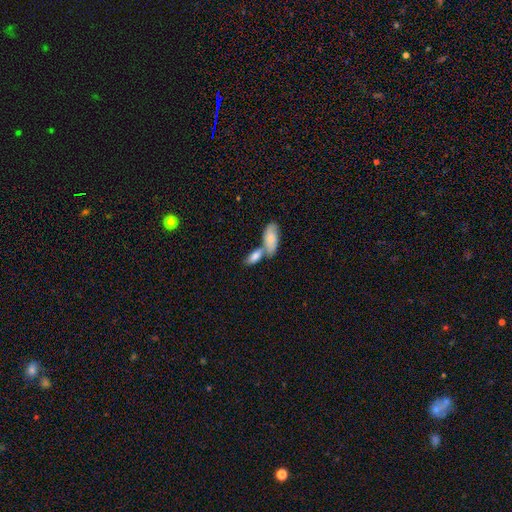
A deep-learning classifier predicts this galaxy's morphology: Smooth or featured?
  - smooth: 78% *
  - featured or disk: 16%
  - star or artifact: 6%
How rounded?
  - in between: 84% *
  - cigar-shaped: 13%
  - round: 3%
Merging?
  - merger: 57% *
  - none: 31%
  - minor disturbance: 9%
  - major disturbance: 3%